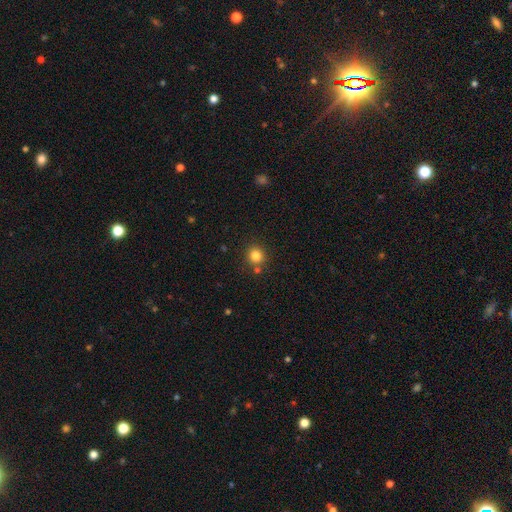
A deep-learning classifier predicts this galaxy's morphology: This is clearly a smooth galaxy (82%). How rounded: clearly round (90%). Merging: clearly none (81%).